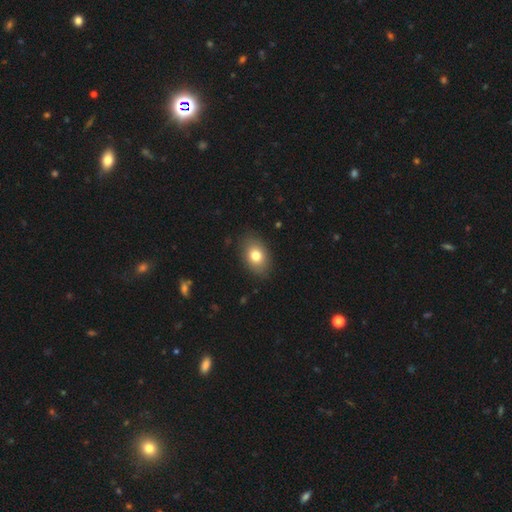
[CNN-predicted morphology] smooth-or-featured: smooth: 79% | featured or disk: 13% | star or artifact: 8%
  how-rounded: in between: 80% | round: 19% | cigar-shaped: 1%
  merging: none: 86% | minor disturbance: 10% | major disturbance: 3% | merger: 1%